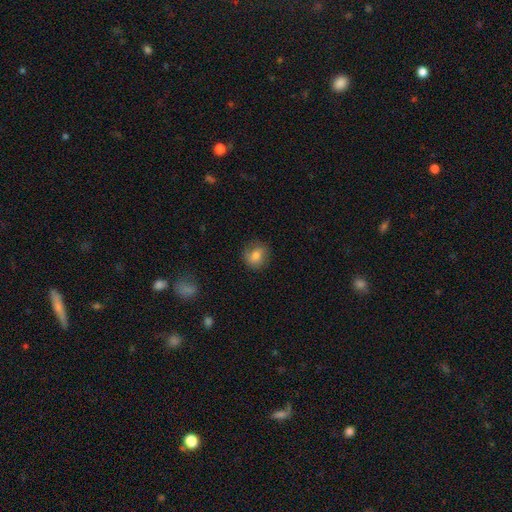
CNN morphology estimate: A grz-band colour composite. It shows a smooth galaxy with no disk features (74%) that is round (78%). Merging: none (78%).